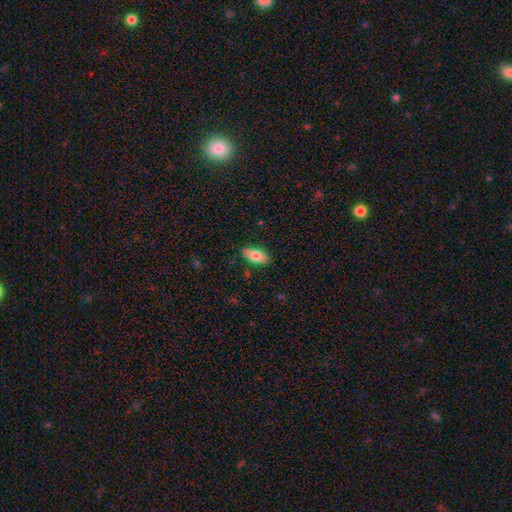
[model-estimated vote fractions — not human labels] Smooth or featured: smooth — 78% (featured or disk — 16%)
How rounded: in between — 91% (cigar-shaped — 6%)
Merging: none — 86% (minor disturbance — 11%)